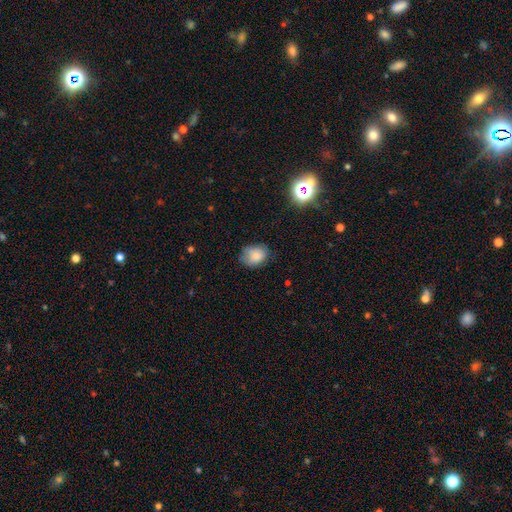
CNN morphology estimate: This appears to be a smooth galaxy with no disk features (80%) that is in between round and cigar-shaped (57%). Merging: none (67%).